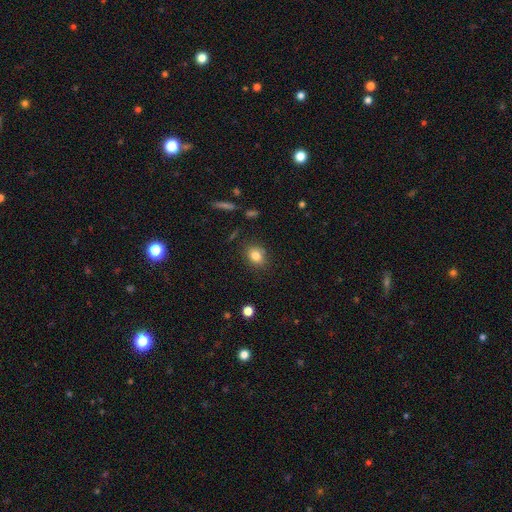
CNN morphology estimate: A smooth galaxy with no disk features (81%) that is round (50%).

Vote fractions:
- Smooth or featured? smooth: 81% / star or artifact: 11% / featured or disk: 8%
- How rounded? round: 50% / in between: 49% / cigar-shaped: 1%
- Merging? none: 83% / minor disturbance: 13% / major disturbance: 3% / merger: 2%